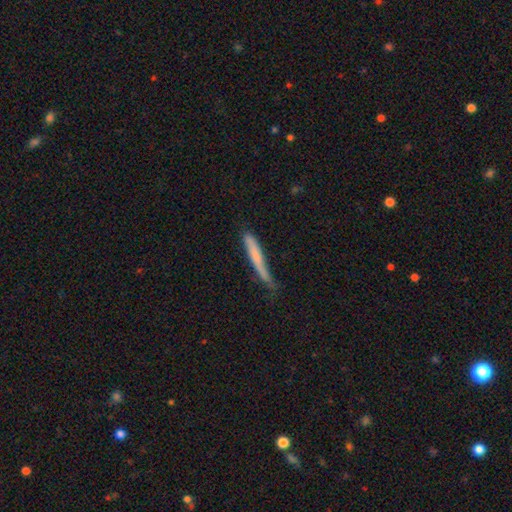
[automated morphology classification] Smooth or featured: smooth — 65% (featured or disk — 29%)
How rounded: cigar-shaped — 95% (in between — 4%)
Merging: none — 48% (minor disturbance — 36%)